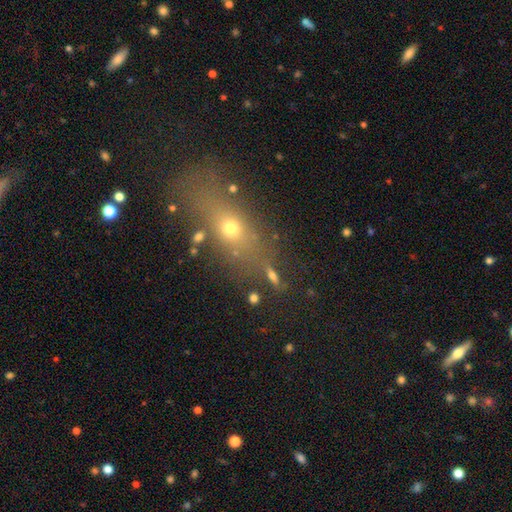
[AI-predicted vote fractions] smooth_or_featured: smooth (p=0.52) [alt: star or artifact p=0.24]
how_rounded: in between (p=0.53) [alt: cigar-shaped p=0.28]
merging: none (p=0.72) [alt: minor disturbance p=0.14]